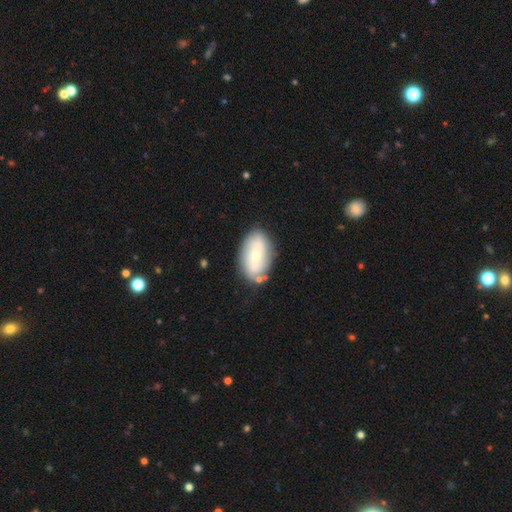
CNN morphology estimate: Smooth or featured: smooth — 52% (featured or disk — 41%)
How rounded: in between — 91% (round — 6%)
Merging: none — 76% (minor disturbance — 15%)